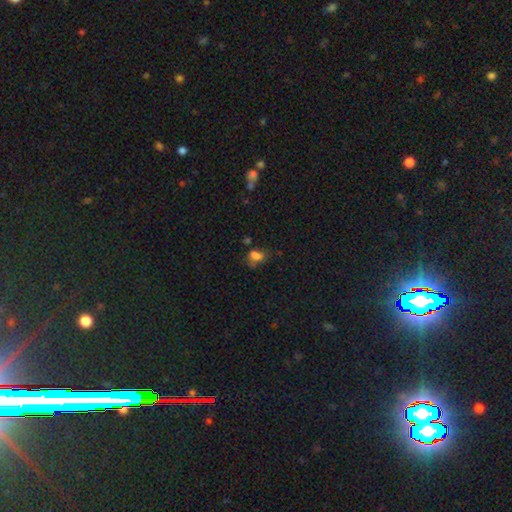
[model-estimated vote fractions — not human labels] Overall: smooth (64%). How rounded: in between (76%). Merging: none (39%; minor disturbance 25%).